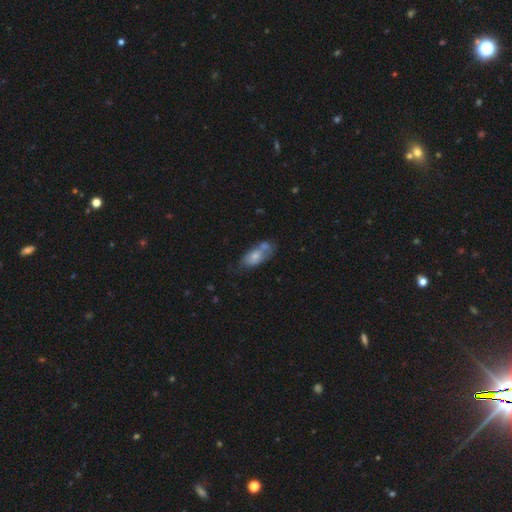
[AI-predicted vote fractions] Smooth or featured?
  - smooth: 63% *
  - featured or disk: 29%
  - star or artifact: 8%
How rounded?
  - in between: 85% *
  - cigar-shaped: 10%
  - round: 5%
Merging?
  - merger: 35% *
  - none: 34%
  - minor disturbance: 21%
  - major disturbance: 10%